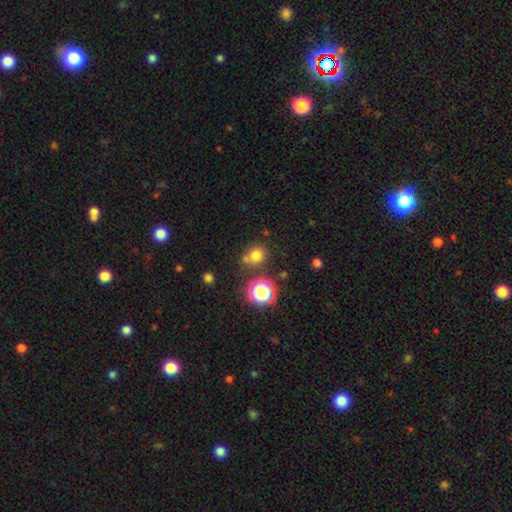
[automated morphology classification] This appears to be a smooth galaxy with no disk features (73%) that is round (82%). Merging: none (67%).